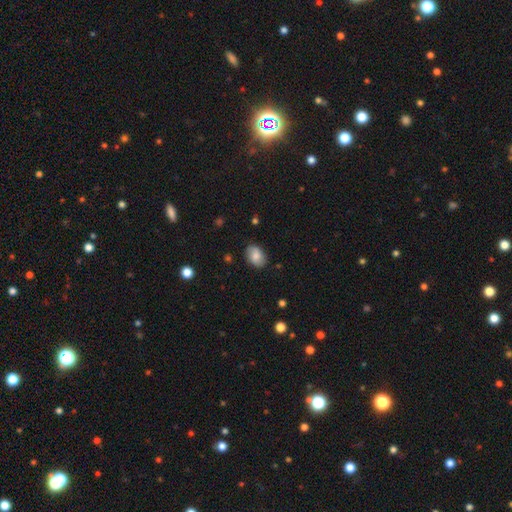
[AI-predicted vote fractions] Smooth or featured: smooth — 77% (featured or disk — 15%)
How rounded: in between — 82% (round — 17%)
Merging: none — 83% (minor disturbance — 13%)